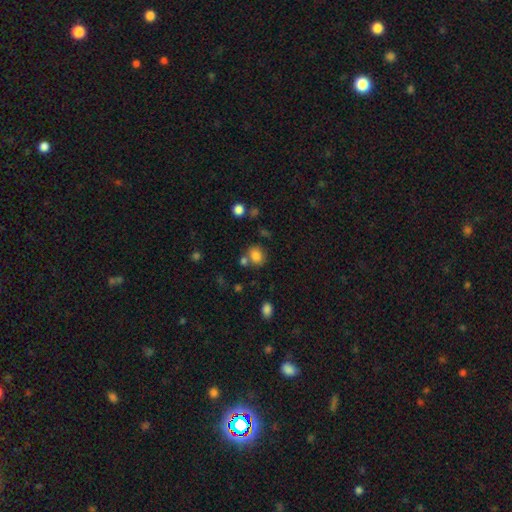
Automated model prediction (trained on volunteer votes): Smooth or featured: smooth — 82% (star or artifact — 11%)
How rounded: round — 55% (in between — 44%)
Merging: none — 65% (merger — 17%)